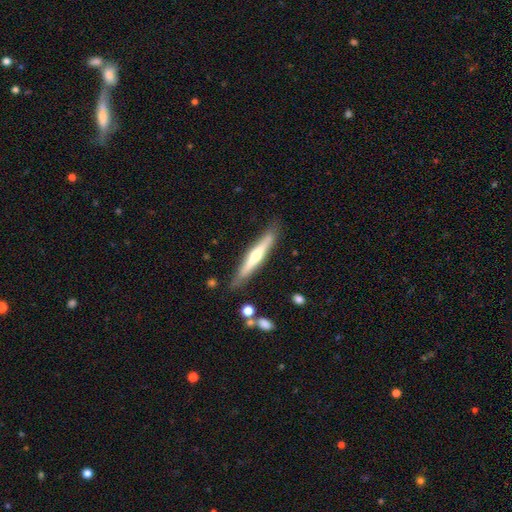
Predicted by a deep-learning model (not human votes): Smooth or featured: featured or disk — 61% (smooth — 34%)
Edge-on disk: yes — 96% (no — 4%)
Edge-on bulge: rounded — 80% (none — 14%)
Merging: none — 84% (minor disturbance — 12%)